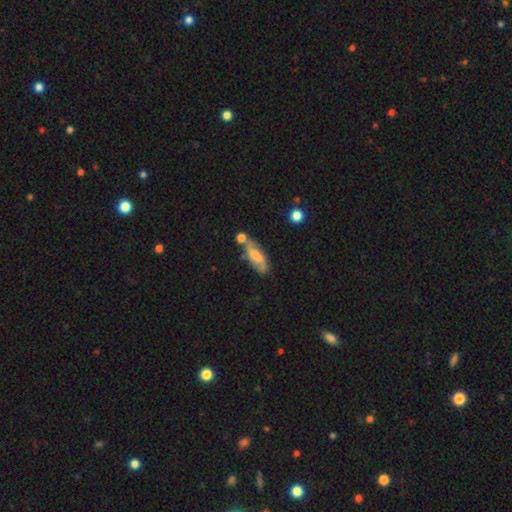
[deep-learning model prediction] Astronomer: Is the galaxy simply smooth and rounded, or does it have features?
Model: featured or disk — 50% (runner-up: smooth, 42%).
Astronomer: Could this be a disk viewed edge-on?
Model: no — 84%.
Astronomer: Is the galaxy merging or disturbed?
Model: none — 56%.